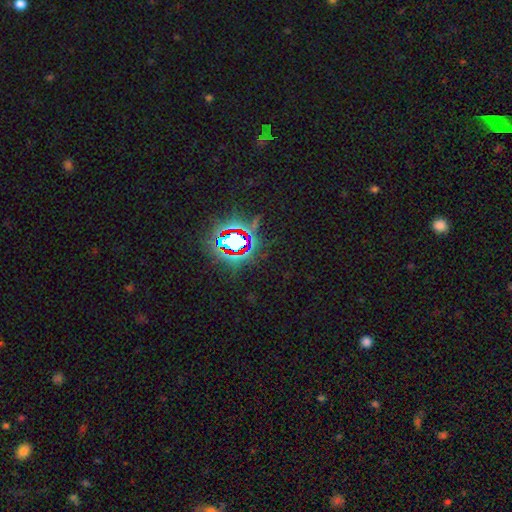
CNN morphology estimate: smooth_or_featured: star or artifact (p=0.81) [alt: smooth p=0.11]